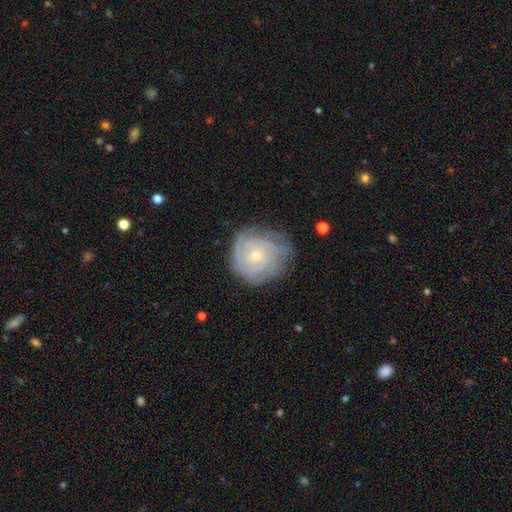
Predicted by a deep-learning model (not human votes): A featured or disk galaxy (81%) with no bar (75%), tight (78%) spiral arms (96%) and a small central bulge (68%).

Vote fractions:
- Smooth or featured? featured or disk: 81% / smooth: 12% / star or artifact: 7%
- Edge-on disk? no: 97% / yes: 3%
- Bar? no: 75% / weak: 21% / strong: 4%
- Spiral arms? yes: 96% / no: 4%
- Spiral winding? tight: 78% / medium: 18% / loose: 4%
- Spiral arm count? can't tell: 35% / 4: 21% / 3: 18% / 2: 10% / more than 4: 9% / 1: 6%
- Bulge size? small: 68% / moderate: 29% / none: 1% / large: 1% / dominant: 1%
- Merging? none: 75% / minor disturbance: 18% / major disturbance: 6% / merger: 1%